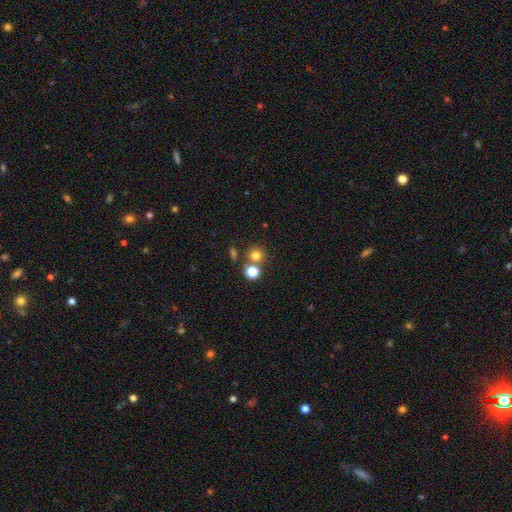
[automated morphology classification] Smooth or featured? smooth (76%)
How rounded? round (88%)
Merging? none (67%)